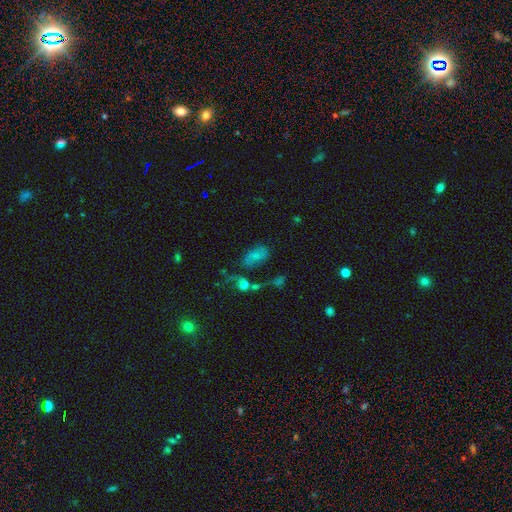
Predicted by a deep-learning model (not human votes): A smooth galaxy with no disk features (53%) that is in between round and cigar-shaped (88%).

Vote fractions:
- Smooth or featured? smooth: 53% / featured or disk: 31% / star or artifact: 16%
- How rounded? in between: 88% / round: 10% / cigar-shaped: 3%
- Merging? none: 41% / merger: 25% / minor disturbance: 18% / major disturbance: 16%